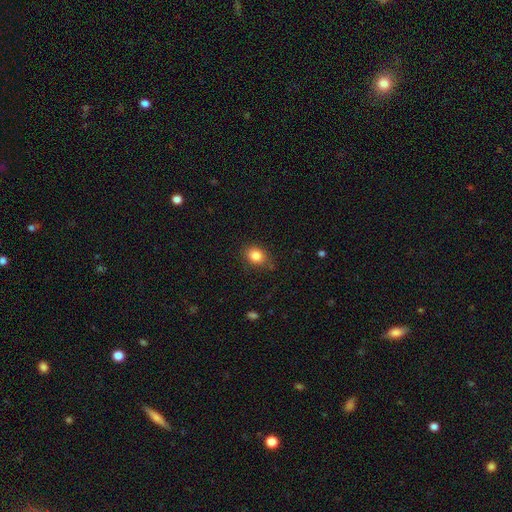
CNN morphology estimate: This appears to be a smooth galaxy with no disk features (85%) that is round (51%). Merging: none (81%).